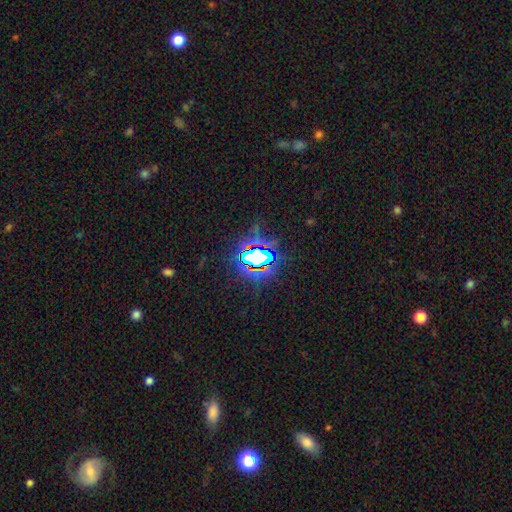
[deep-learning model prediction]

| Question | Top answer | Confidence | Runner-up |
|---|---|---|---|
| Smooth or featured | star or artifact | 70% | smooth (17%) |